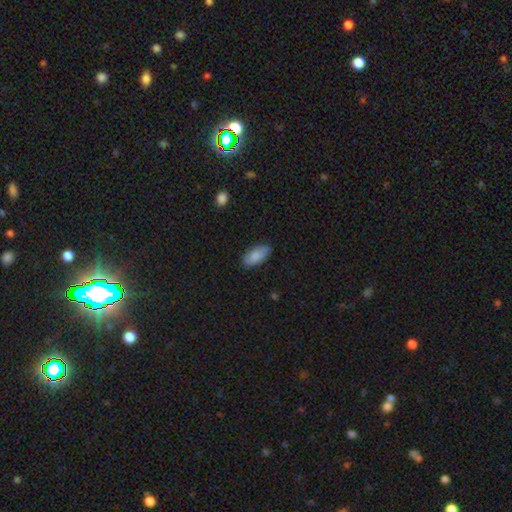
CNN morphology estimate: Smooth or featured? smooth (84%)
How rounded? in between (91%)
Merging? none (81%)